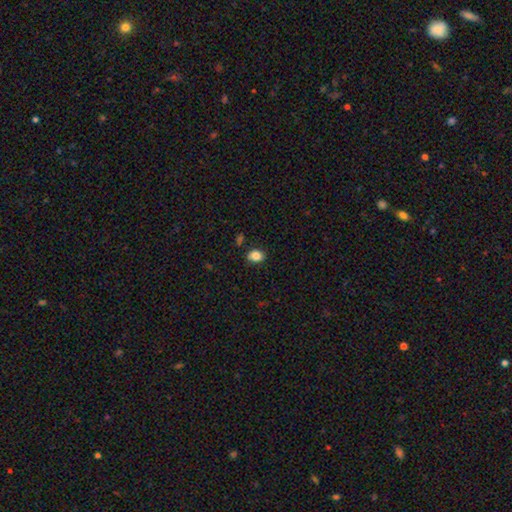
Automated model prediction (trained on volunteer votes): This appears to be a smooth galaxy with no disk features (84%) that is in between round and cigar-shaped (57%). Merging: none (85%).